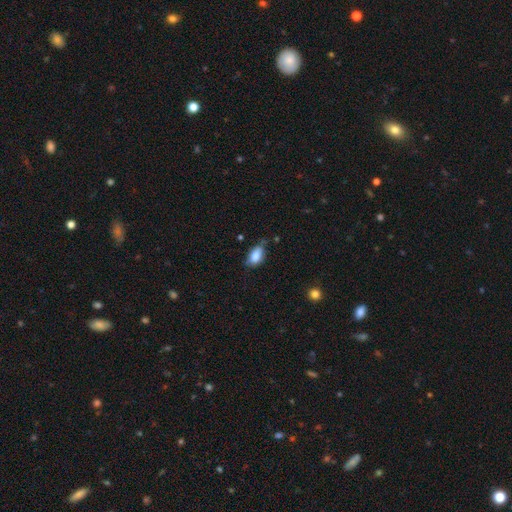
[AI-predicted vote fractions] This appears to be a smooth galaxy with no disk features (82%) that is in between round and cigar-shaped (90%). Merging: none (60%).